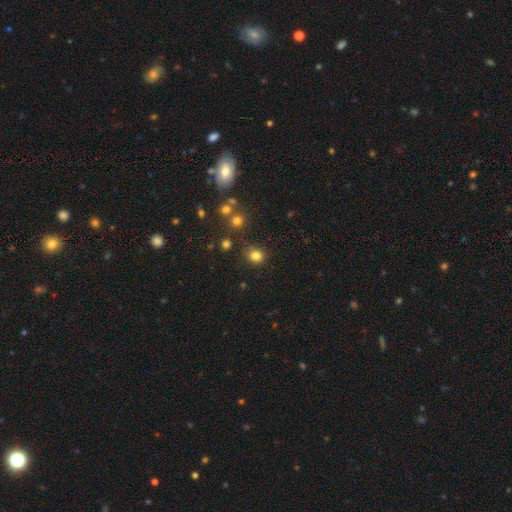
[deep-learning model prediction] Smooth or featured: smooth — 81% (star or artifact — 14%)
How rounded: round — 81% (in between — 18%)
Merging: none — 82% (minor disturbance — 11%)